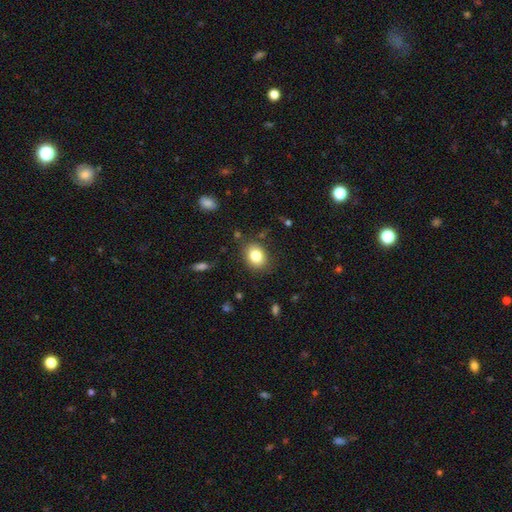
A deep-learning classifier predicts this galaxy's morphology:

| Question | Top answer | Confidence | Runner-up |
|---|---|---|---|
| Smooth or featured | smooth | 81% | star or artifact (10%) |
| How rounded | in between | 53% | round (46%) |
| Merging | none | 84% | minor disturbance (11%) |